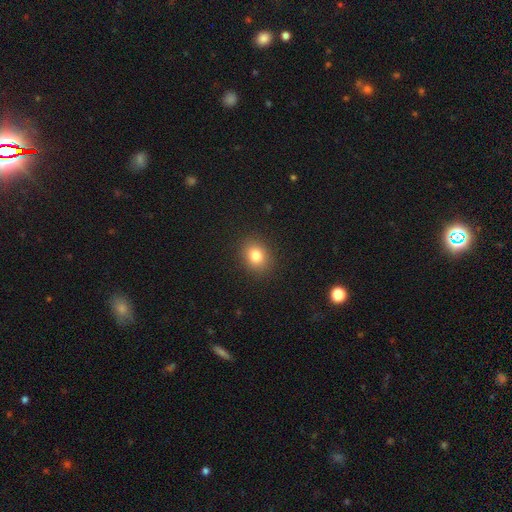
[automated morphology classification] smooth-or-featured: smooth: 81% | star or artifact: 11% | featured or disk: 7%
  how-rounded: round: 59% | in between: 40% | cigar-shaped: 1%
  merging: none: 89% | minor disturbance: 7% | major disturbance: 2% | merger: 1%